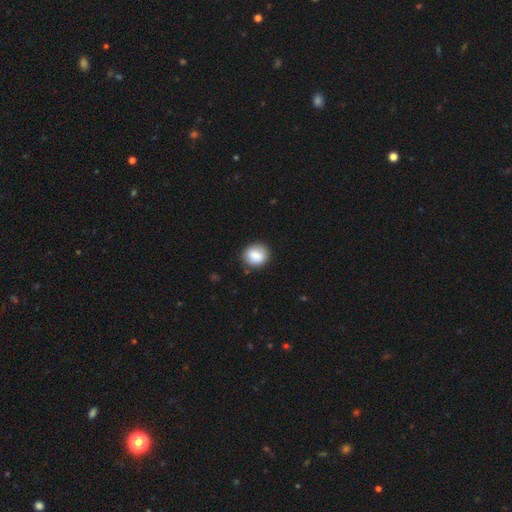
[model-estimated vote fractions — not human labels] Q: Smooth or featured?
A: smooth (85%); runner-up: star or artifact (7%)
Q: How rounded?
A: round (73%); runner-up: in between (26%)
Q: Merging?
A: none (85%); runner-up: minor disturbance (11%)